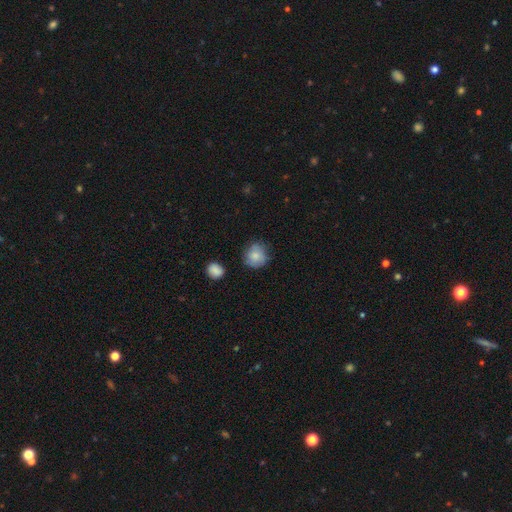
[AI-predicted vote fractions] Smooth or featured? smooth (79%)
How rounded? round (84%)
Merging? none (69%)